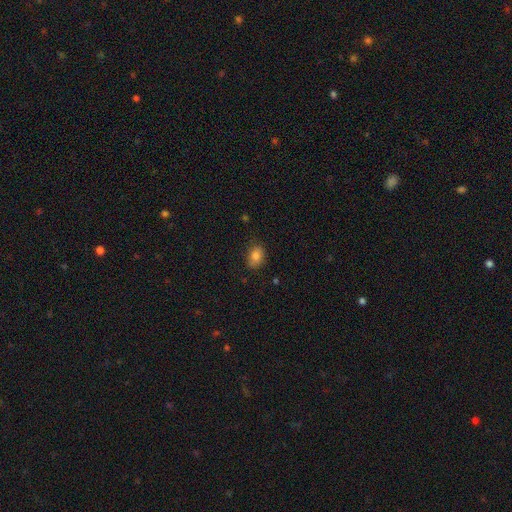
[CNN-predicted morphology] Smooth or featured? smooth (82%)
How rounded? in between (72%)
Merging? none (74%)